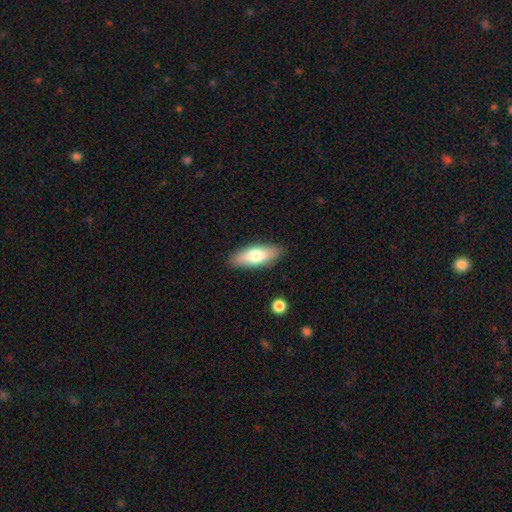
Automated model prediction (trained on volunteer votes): Morphology: type=smooth (72%); roundness=in between (69%); merging=none (88%).